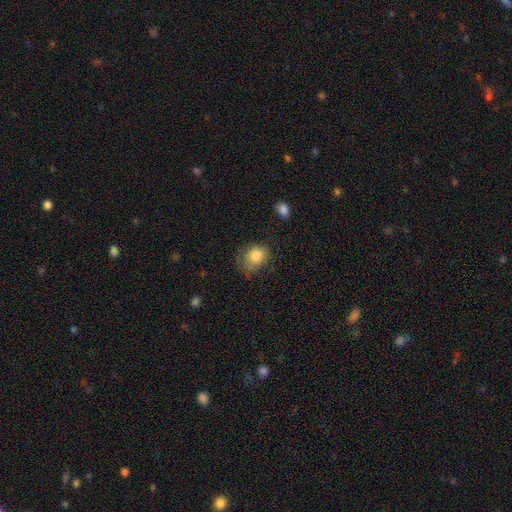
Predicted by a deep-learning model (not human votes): The model was most divided on "how rounded": round: 60%, in between: 40%, cigar-shaped: 1%. More confident: smooth or featured — smooth (85%); merging — none (61%).